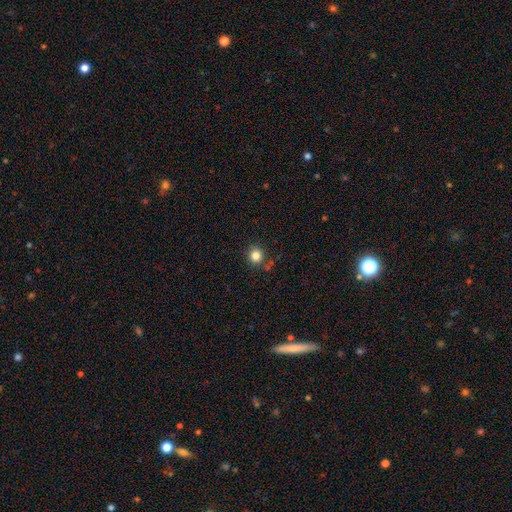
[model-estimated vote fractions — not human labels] Smooth or featured: smooth — 83% (star or artifact — 12%)
How rounded: round — 92% (in between — 8%)
Merging: none — 84% (minor disturbance — 9%)